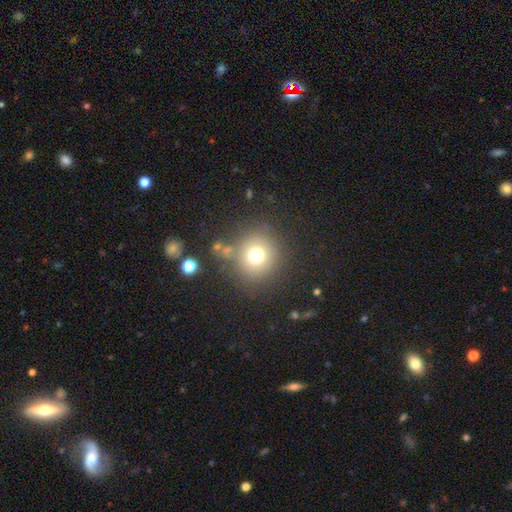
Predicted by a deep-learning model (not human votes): Morphology: type=smooth (72%); roundness=round (89%); merging=none (77%).